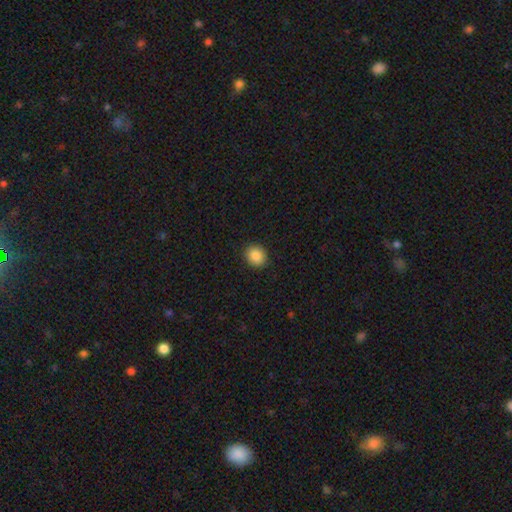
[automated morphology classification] The model was most divided on "how rounded": round: 71%, in between: 28%, cigar-shaped: 1%. More confident: merging — none (91%); smooth or featured — smooth (87%).